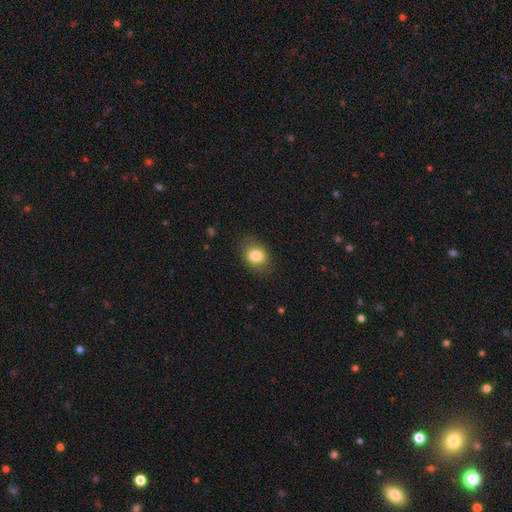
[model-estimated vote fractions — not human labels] Smooth or featured?
  - smooth: 82% *
  - featured or disk: 10%
  - star or artifact: 9%
How rounded?
  - in between: 61% *
  - round: 38%
  - cigar-shaped: 1%
Merging?
  - none: 80% *
  - minor disturbance: 15%
  - major disturbance: 5%
  - merger: 1%